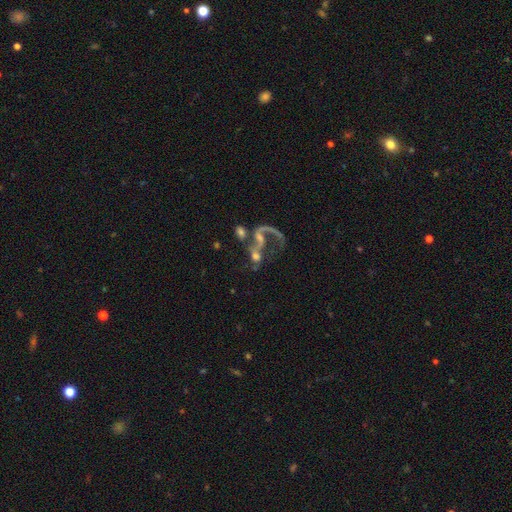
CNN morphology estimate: Smooth or featured: featured or disk — 69% (smooth — 16%)
Edge-on disk: no — 96% (yes — 4%)
Bar: no — 66% (weak — 24%)
Spiral arms: yes — 61% (no — 39%)
Bulge size: small — 38% (none — 28%)
Merging: merger — 43% (major disturbance — 27%)